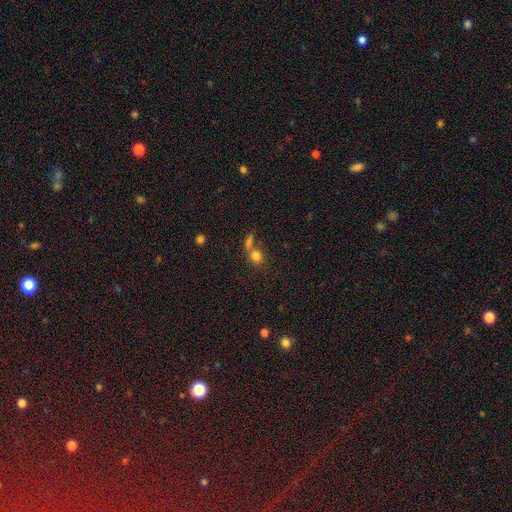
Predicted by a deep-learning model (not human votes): Smooth or featured? Predicted: smooth (p=0.79). How rounded? Predicted: round (p=0.73). Merging? Predicted: merger (p=0.45).